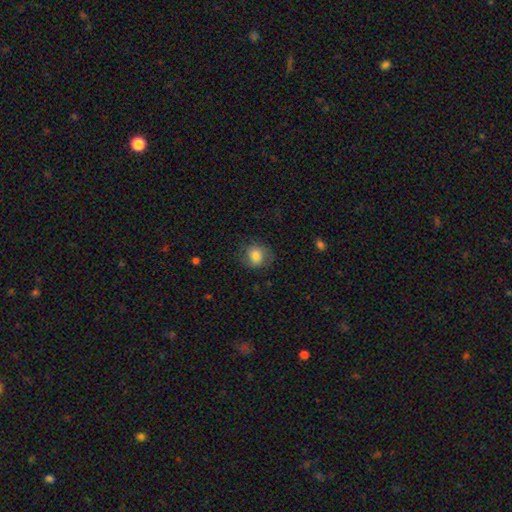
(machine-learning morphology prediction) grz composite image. It shows a smooth galaxy with no disk features (65%) that is round (71%). Merging: none (71%).